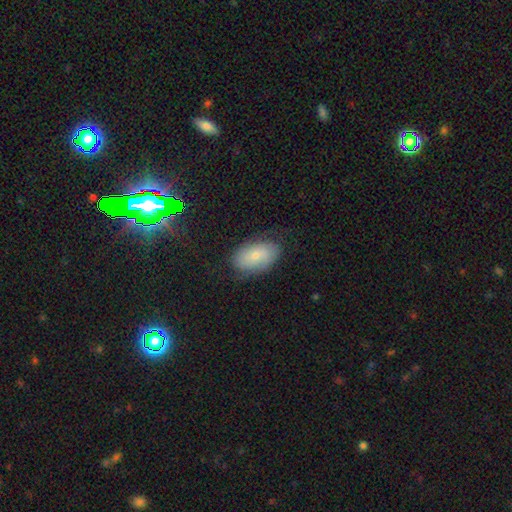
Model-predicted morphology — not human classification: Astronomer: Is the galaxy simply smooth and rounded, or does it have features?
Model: smooth — 55% (runner-up: featured or disk, 36%).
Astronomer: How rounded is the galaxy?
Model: in between — 90%.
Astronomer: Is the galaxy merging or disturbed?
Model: none — 72%.